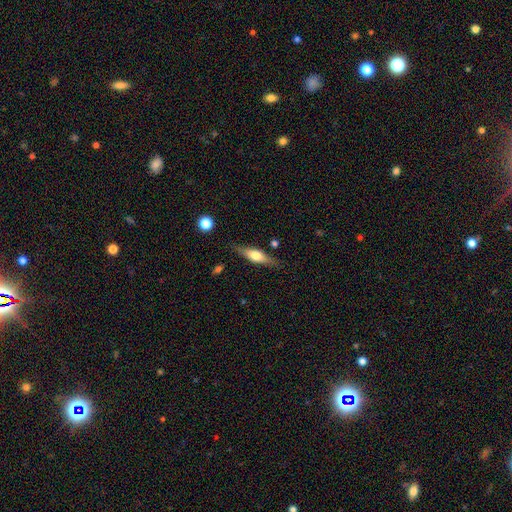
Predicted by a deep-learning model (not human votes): featured or disk 55%, smooth 39%, star or artifact 6%. Down the decision tree: edge-on disk — yes (92%); edge-on bulge — rounded (90%); merging — none (81%).